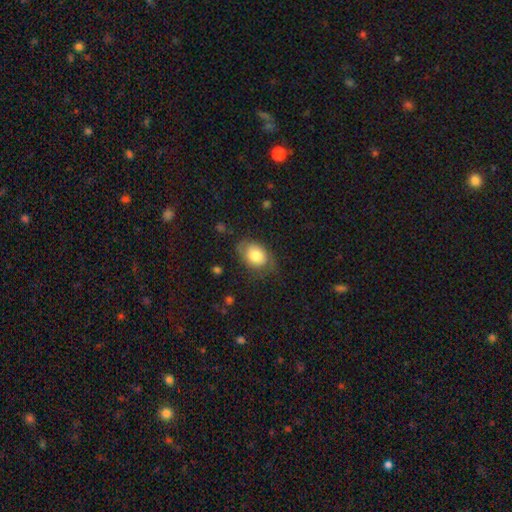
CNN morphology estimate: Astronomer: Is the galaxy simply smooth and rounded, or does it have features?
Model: smooth — 71%.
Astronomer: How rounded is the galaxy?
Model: in between — 75%.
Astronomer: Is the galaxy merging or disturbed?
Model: none — 61%.